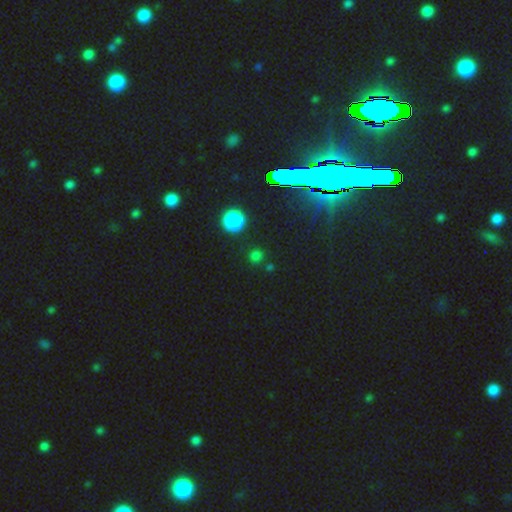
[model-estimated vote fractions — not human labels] Smooth or featured? Predicted: smooth (p=0.59). How rounded? Predicted: round (p=0.92). Merging? Predicted: none (p=0.86).